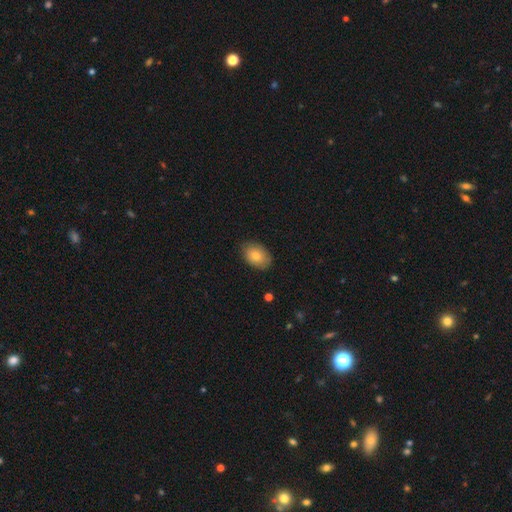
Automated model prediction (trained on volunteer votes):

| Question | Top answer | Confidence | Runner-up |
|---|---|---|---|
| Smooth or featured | smooth | 78% | featured or disk (14%) |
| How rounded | in between | 82% | round (17%) |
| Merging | none | 83% | minor disturbance (13%) |